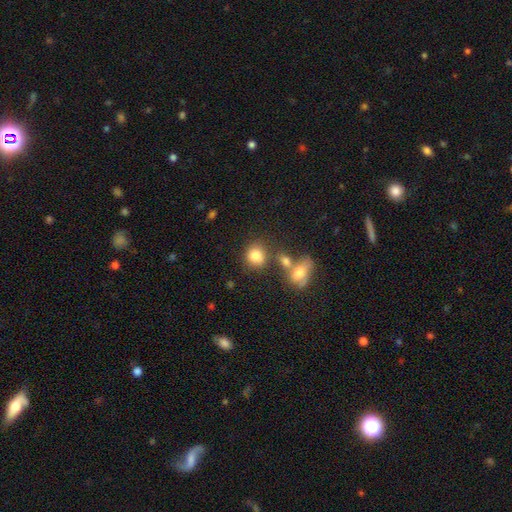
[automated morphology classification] Smooth or featured? smooth (82%)
How rounded? round (63%)
Merging? none (56%)